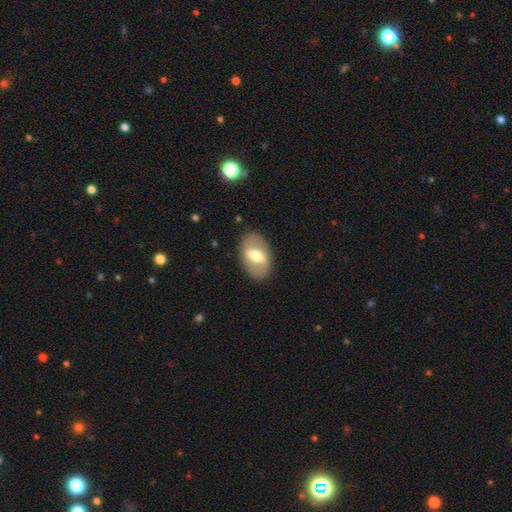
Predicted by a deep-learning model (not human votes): Overall: smooth (51%; featured or disk 42%). How rounded: in between (88%). Merging: none (85%).